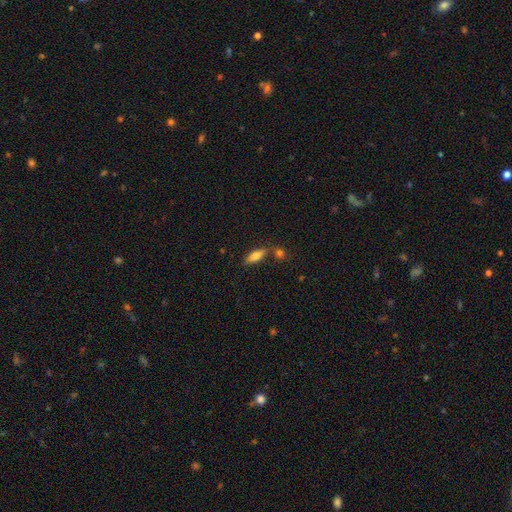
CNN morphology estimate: Smooth or featured?
  - smooth: 75% *
  - featured or disk: 17%
  - star or artifact: 8%
How rounded?
  - in between: 65% *
  - cigar-shaped: 32%
  - round: 3%
Merging?
  - none: 65% *
  - merger: 17%
  - minor disturbance: 14%
  - major disturbance: 4%